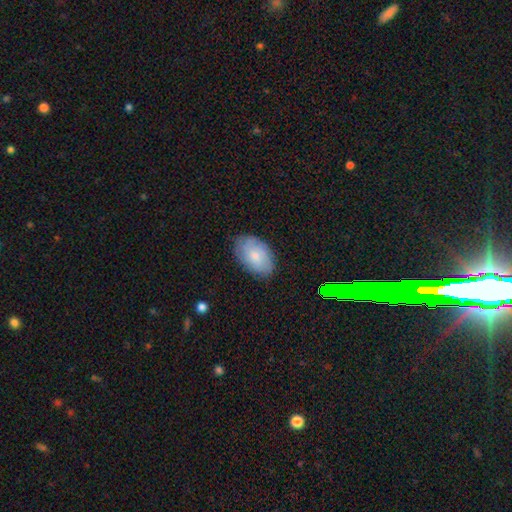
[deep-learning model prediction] Smooth or featured?
  - smooth: 60% *
  - featured or disk: 33%
  - star or artifact: 8%
How rounded?
  - in between: 90% *
  - round: 9%
  - cigar-shaped: 1%
Merging?
  - none: 81% *
  - minor disturbance: 15%
  - major disturbance: 3%
  - merger: 1%